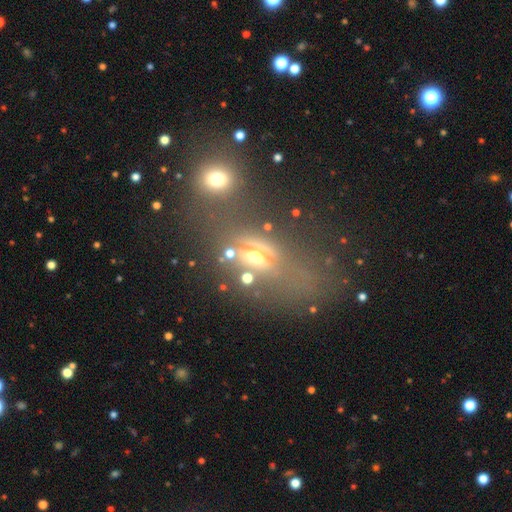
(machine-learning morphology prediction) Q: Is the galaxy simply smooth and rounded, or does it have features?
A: featured or disk — 46%.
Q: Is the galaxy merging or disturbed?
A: none — 43%.